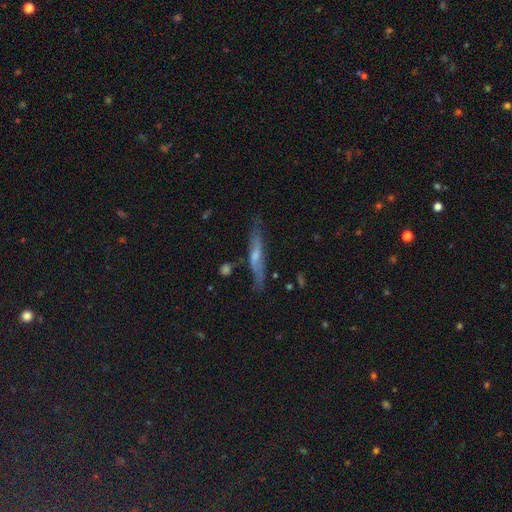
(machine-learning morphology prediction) This appears to be a featured or disk galaxy (59%) viewed edge-on (83%). Merging: none (78%).